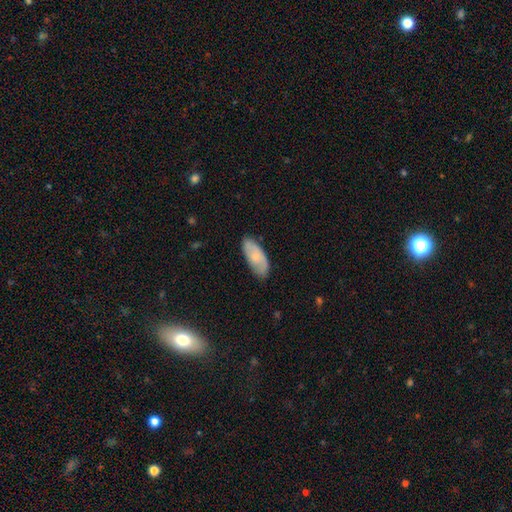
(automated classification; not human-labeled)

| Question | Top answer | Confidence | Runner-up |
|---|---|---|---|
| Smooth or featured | smooth | 66% | featured or disk (28%) |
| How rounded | in between | 85% | cigar-shaped (13%) |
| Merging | none | 77% | minor disturbance (18%) |